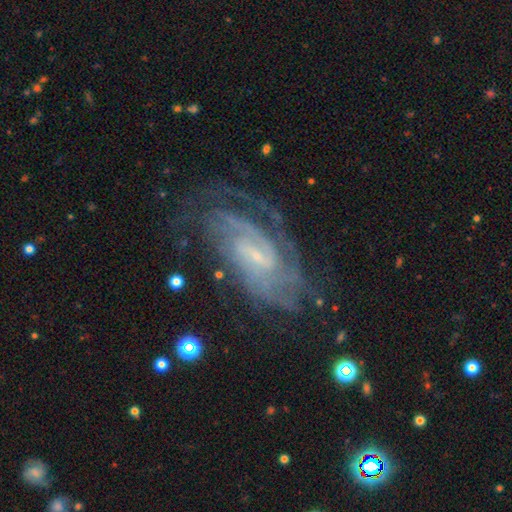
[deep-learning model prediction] Smooth or featured? Predicted: featured or disk (p=0.88). Edge-on disk? Predicted: no (p=0.95). Bar? Predicted: weak (p=0.50). Spiral arms? Predicted: yes (p=0.97). Spiral winding? Predicted: tight (p=0.62). Spiral arm count? Predicted: can't tell (p=0.30). Bulge size? Predicted: small (p=0.74). Merging? Predicted: none (p=0.70).